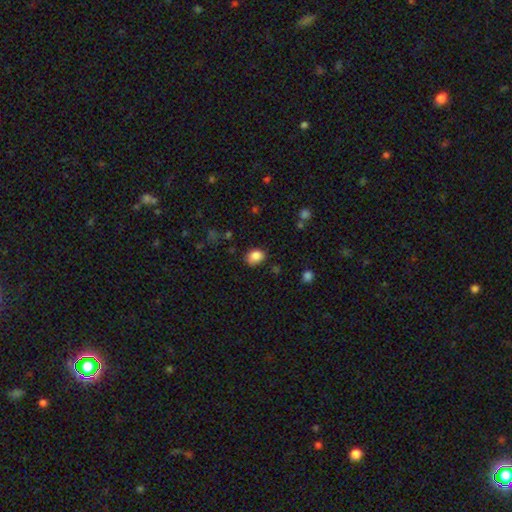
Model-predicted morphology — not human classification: smooth 85%, star or artifact 10%, featured or disk 5%. Down the decision tree: how rounded — in between (54%); merging — none (72%).